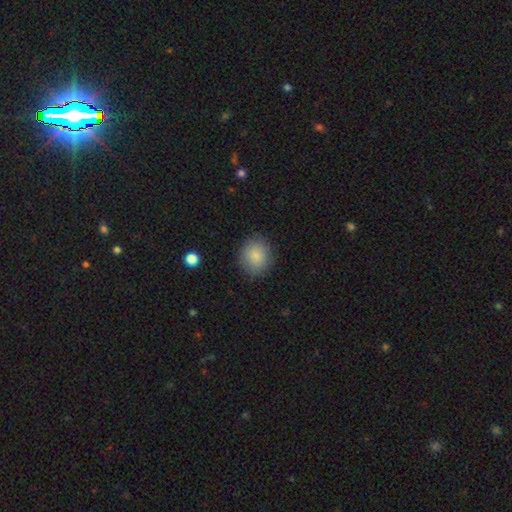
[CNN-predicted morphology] Smooth or featured? Predicted: smooth (p=0.85). How rounded? Predicted: round (p=0.76). Merging? Predicted: none (p=0.86).